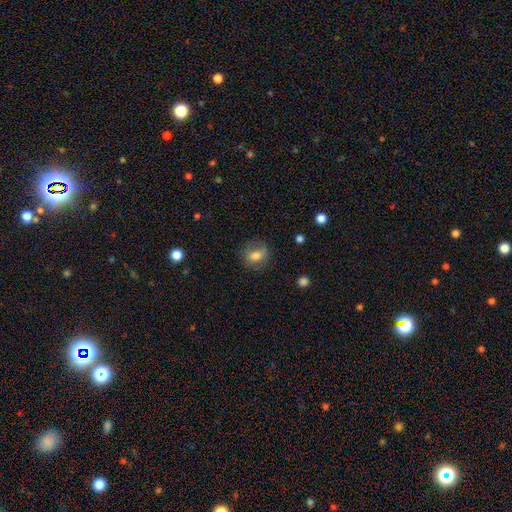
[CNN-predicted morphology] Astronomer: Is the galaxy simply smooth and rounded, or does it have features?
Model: smooth — 70%.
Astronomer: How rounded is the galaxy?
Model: round — 50% (runner-up: in between, 48%).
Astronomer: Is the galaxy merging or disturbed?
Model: none — 73%.